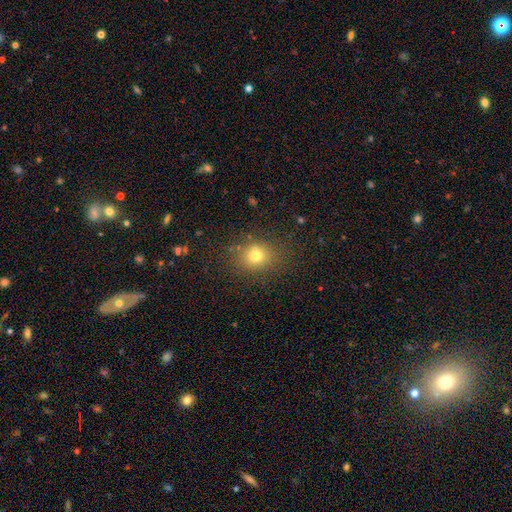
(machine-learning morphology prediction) Smooth or featured? Predicted: smooth (p=0.71). How rounded? Predicted: round (p=0.68). Merging? Predicted: none (p=0.73).